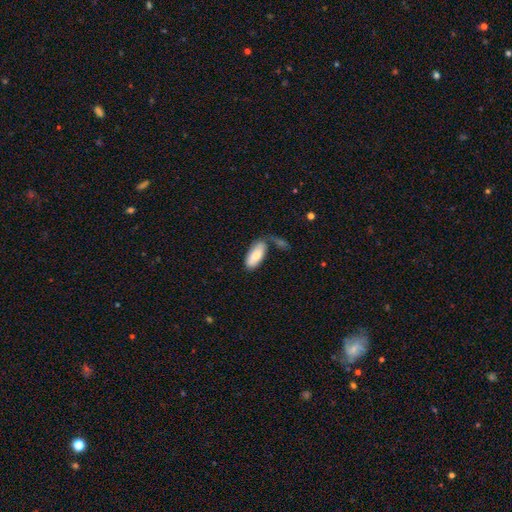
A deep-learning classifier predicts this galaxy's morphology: Smooth or featured?
  - smooth: 82% *
  - featured or disk: 12%
  - star or artifact: 6%
How rounded?
  - in between: 86% *
  - cigar-shaped: 12%
  - round: 2%
Merging?
  - none: 50% *
  - minor disturbance: 25%
  - merger: 15%
  - major disturbance: 10%